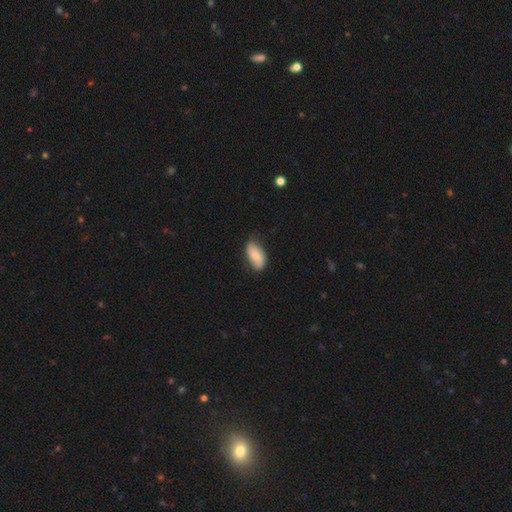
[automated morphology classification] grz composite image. It shows a smooth galaxy with no disk features (69%) that is in between round and cigar-shaped (92%). Merging: none (69%).